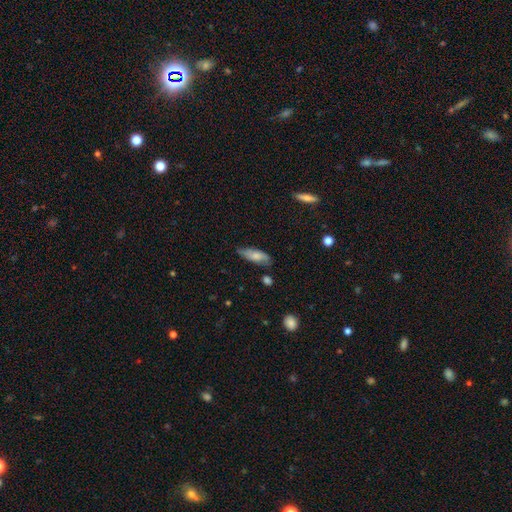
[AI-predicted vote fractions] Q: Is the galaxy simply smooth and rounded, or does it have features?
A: smooth — 68%.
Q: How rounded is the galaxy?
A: in between — 65%.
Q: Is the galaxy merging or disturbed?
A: none — 68%.